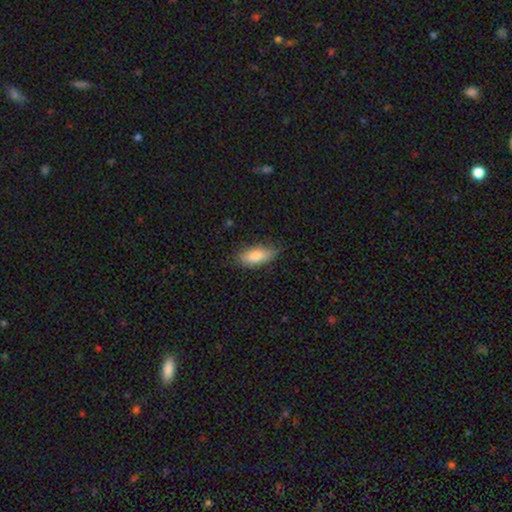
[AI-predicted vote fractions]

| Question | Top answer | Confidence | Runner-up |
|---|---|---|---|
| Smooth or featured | smooth | 81% | featured or disk (12%) |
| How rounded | in between | 81% | cigar-shaped (16%) |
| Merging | none | 76% | minor disturbance (19%) |